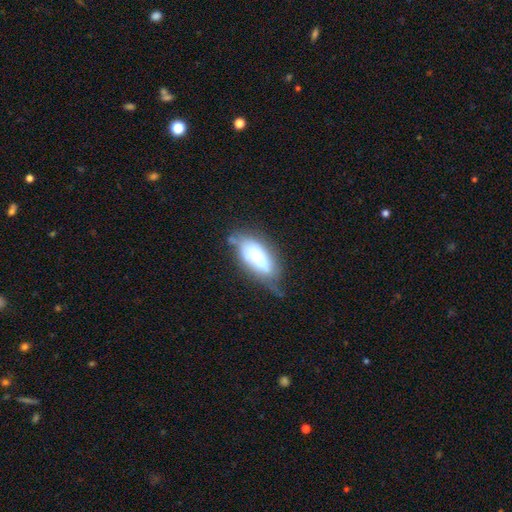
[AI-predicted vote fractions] Smooth or featured? Predicted: smooth (p=0.56). How rounded? Predicted: in between (p=0.82). Merging? Predicted: none (p=0.37).